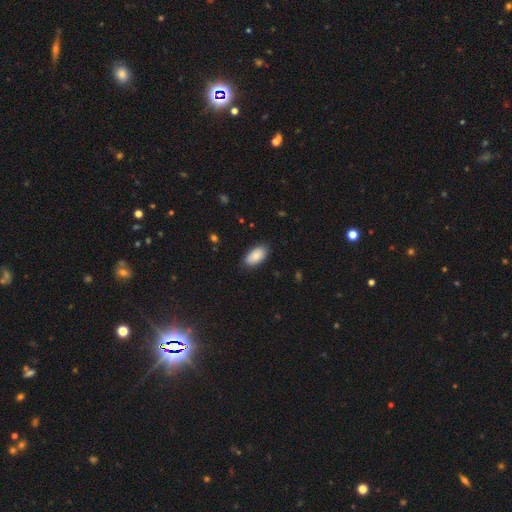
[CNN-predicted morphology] Smooth or featured? smooth (86%)
How rounded? in between (95%)
Merging? none (85%)